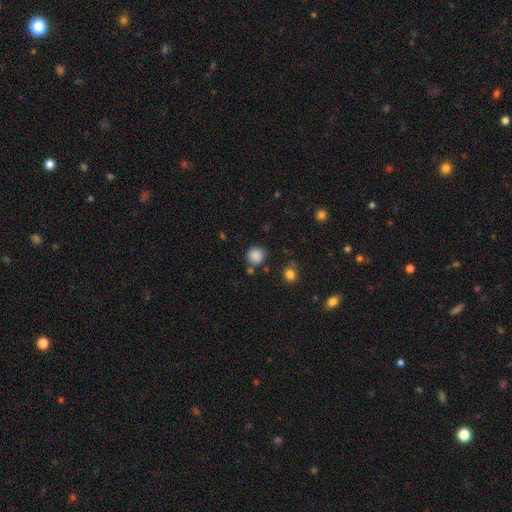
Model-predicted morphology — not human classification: smooth_or_featured: smooth (p=0.86) [alt: star or artifact p=0.11]
how_rounded: round (p=0.91) [alt: in between p=0.08]
merging: none (p=0.80) [alt: minor disturbance p=0.11]